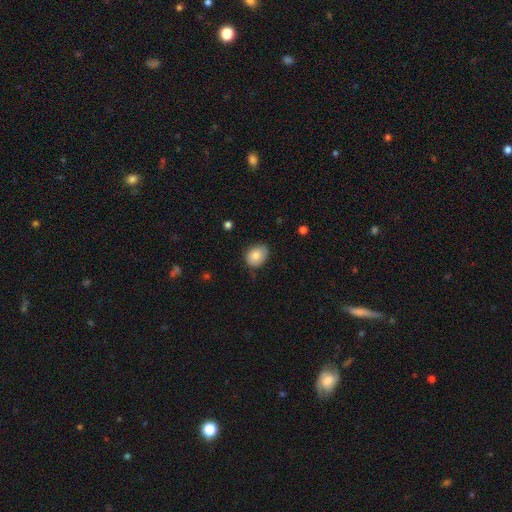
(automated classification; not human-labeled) smooth 81%, featured or disk 11%, star or artifact 8%. Down the decision tree: how rounded — in between (55%); merging — none (74%).